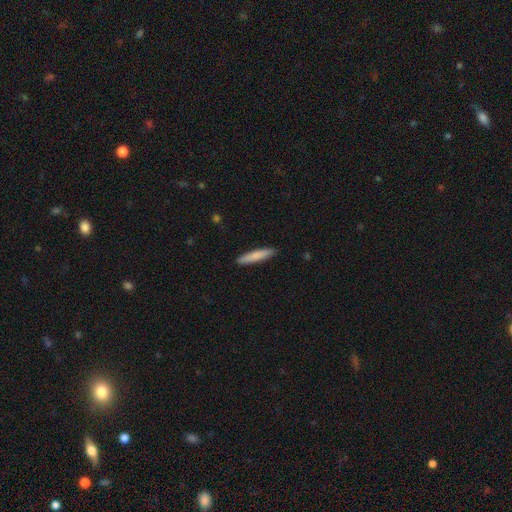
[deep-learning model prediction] Q: Smooth or featured?
A: smooth (80%); runner-up: featured or disk (14%)
Q: How rounded?
A: cigar-shaped (89%); runner-up: in between (10%)
Q: Merging?
A: none (90%); runner-up: minor disturbance (7%)